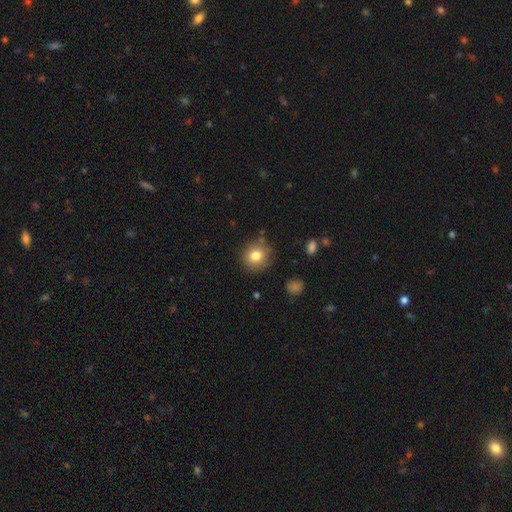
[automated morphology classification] Overall: smooth (81%). How rounded: round (83%). Merging: none (80%).